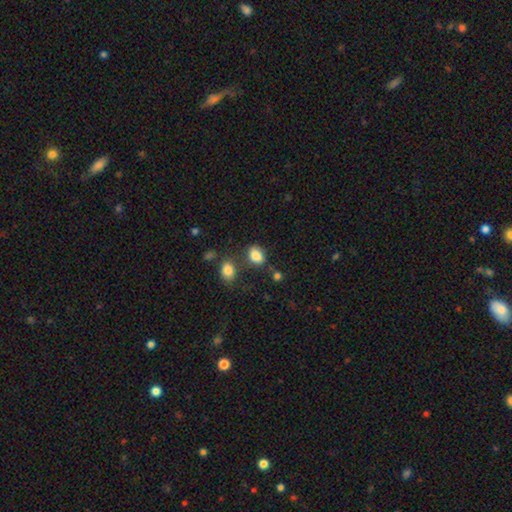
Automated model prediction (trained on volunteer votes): A smooth galaxy with no disk features (85%) that is in between round and cigar-shaped (78%). Merging: none (63%).